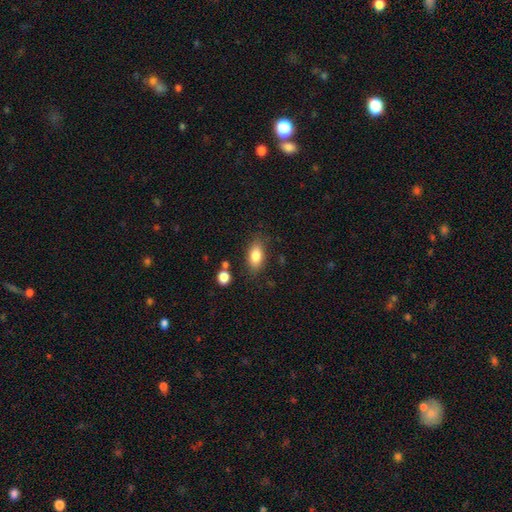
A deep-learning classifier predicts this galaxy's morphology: Smooth or featured: smooth — 83% (featured or disk — 9%)
How rounded: in between — 88% (cigar-shaped — 6%)
Merging: none — 79% (minor disturbance — 13%)